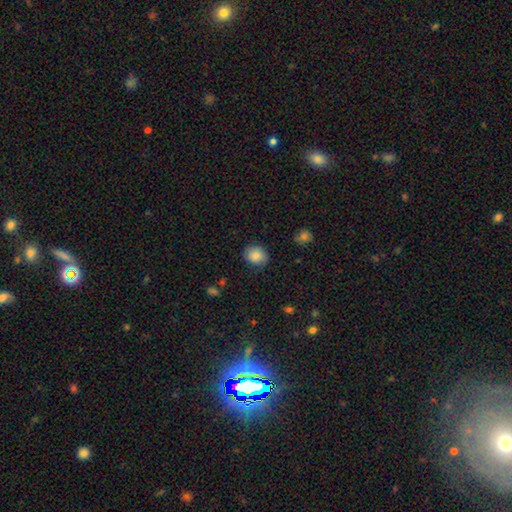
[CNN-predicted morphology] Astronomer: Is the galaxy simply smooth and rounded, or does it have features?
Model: smooth — 83%.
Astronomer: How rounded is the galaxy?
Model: round — 60% (runner-up: in between, 39%).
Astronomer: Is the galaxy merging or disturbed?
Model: none — 83%.